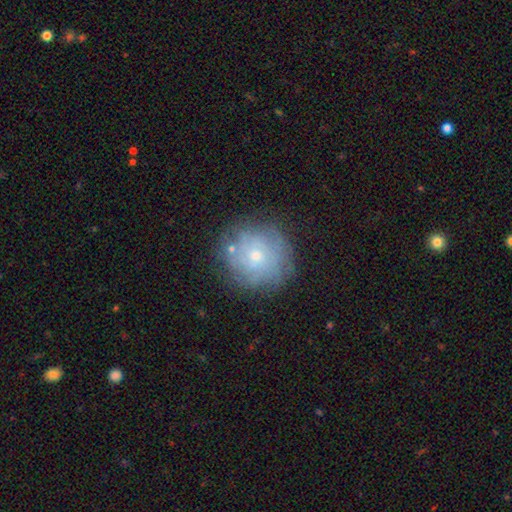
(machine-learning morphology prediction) Smooth or featured?
  - featured or disk: 46% *
  - smooth: 43%
  - star or artifact: 11%
Merging?
  - none: 76% *
  - minor disturbance: 15%
  - major disturbance: 6%
  - merger: 3%